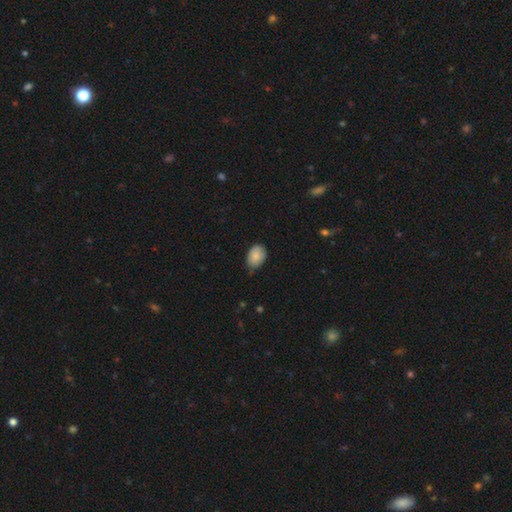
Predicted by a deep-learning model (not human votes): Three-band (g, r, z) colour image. It shows a smooth galaxy with no disk features (85%) that is in between round and cigar-shaped (81%). Merging: none (63%).